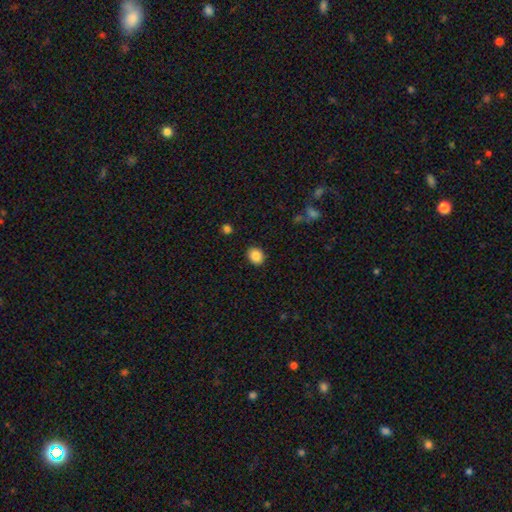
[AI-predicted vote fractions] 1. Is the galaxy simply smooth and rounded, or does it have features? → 87% smooth, 9% star or artifact, 4% featured or disk.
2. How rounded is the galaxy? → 62% round, 38% in between, 1% cigar-shaped.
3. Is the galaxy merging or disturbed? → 89% none, 8% minor disturbance, 2% major disturbance, 1% merger.